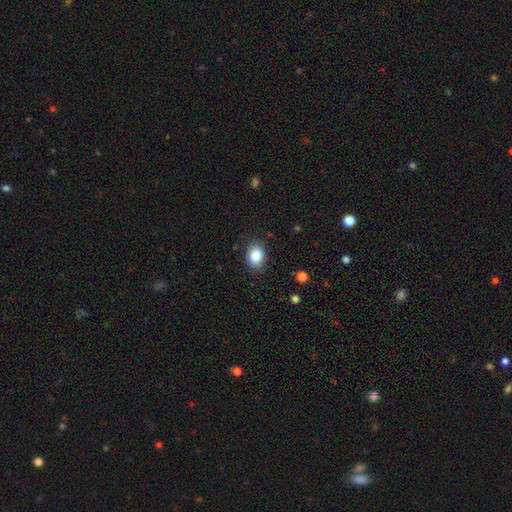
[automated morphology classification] type=smooth (87%); roundness=in between (71%); merging=none (85%).